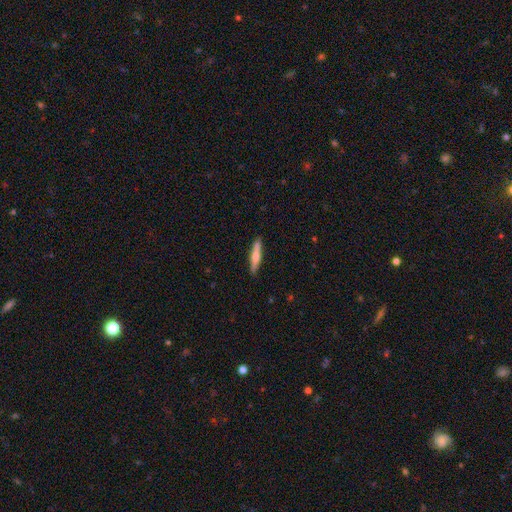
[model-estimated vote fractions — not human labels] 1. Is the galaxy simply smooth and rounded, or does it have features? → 57% smooth, 38% featured or disk, 5% star or artifact.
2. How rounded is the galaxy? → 90% cigar-shaped, 9% in between, 2% round.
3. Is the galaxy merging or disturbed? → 90% none, 7% minor disturbance, 2% major disturbance, 1% merger.